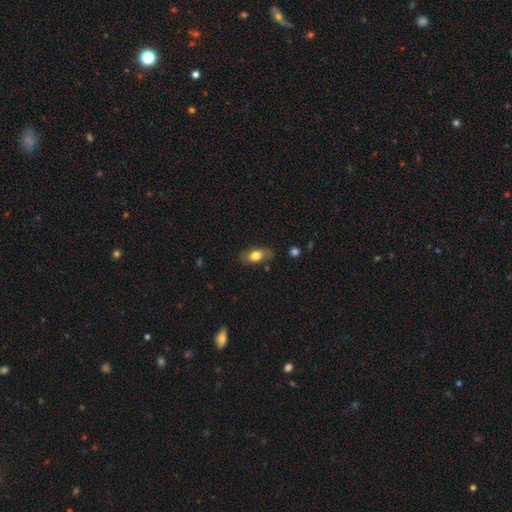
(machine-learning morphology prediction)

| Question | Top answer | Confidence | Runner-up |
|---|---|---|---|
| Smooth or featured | smooth | 73% | featured or disk (19%) |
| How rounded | in between | 84% | round (8%) |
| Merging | none | 77% | minor disturbance (17%) |